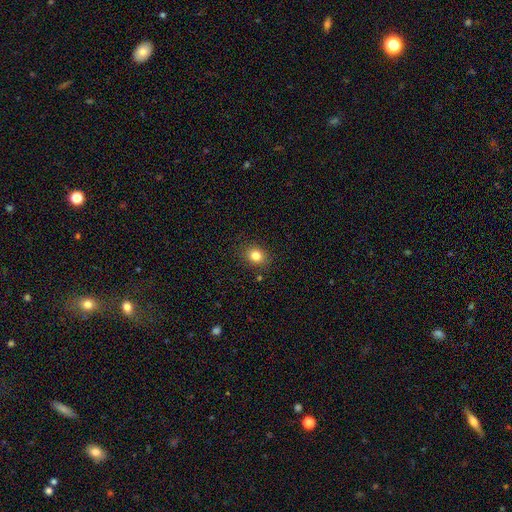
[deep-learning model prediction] Q: Smooth or featured?
A: smooth (82%); runner-up: star or artifact (12%)
Q: How rounded?
A: round (61%); runner-up: in between (38%)
Q: Merging?
A: none (87%); runner-up: minor disturbance (9%)